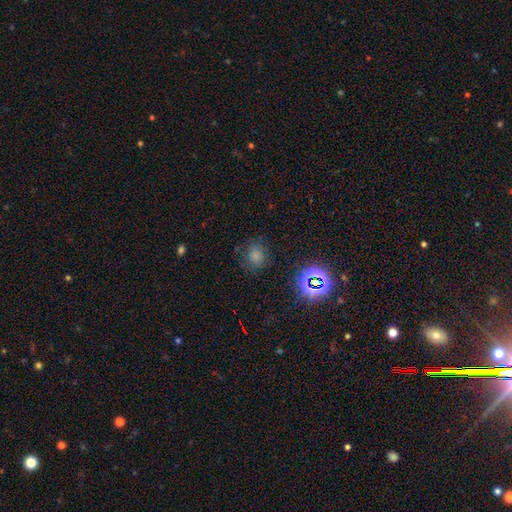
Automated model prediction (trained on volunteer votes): Smooth or featured?
  - smooth: 68% *
  - star or artifact: 25%
  - featured or disk: 7%
How rounded?
  - round: 74% *
  - in between: 25%
  - cigar-shaped: 1%
Merging?
  - none: 79% *
  - minor disturbance: 14%
  - major disturbance: 5%
  - merger: 2%